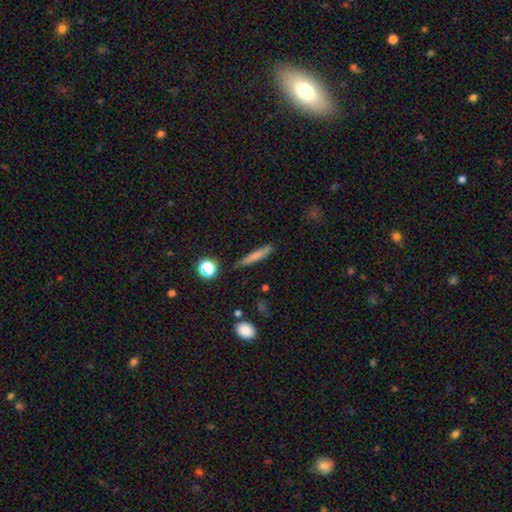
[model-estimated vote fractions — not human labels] Smooth or featured? smooth (70%)
How rounded? cigar-shaped (90%)
Merging? none (82%)